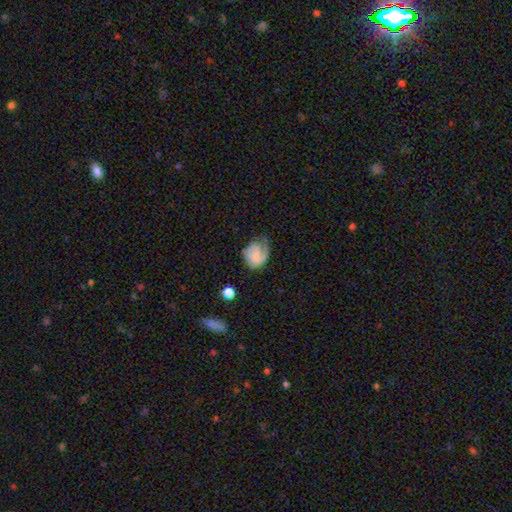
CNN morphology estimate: smooth-or-featured: featured or disk: 53% | smooth: 40% | star or artifact: 7%
  disk-edge-on: no: 97% | yes: 3%
    bar: no: 50% | weak: 41% | strong: 9%
    has-spiral-arms: yes: 87% | no: 13%
    bulge-size: small: 45% | none: 26% | moderate: 24% | large: 4% | dominant: 1%
  merging: none: 44% | minor disturbance: 32% | major disturbance: 21% | merger: 2%